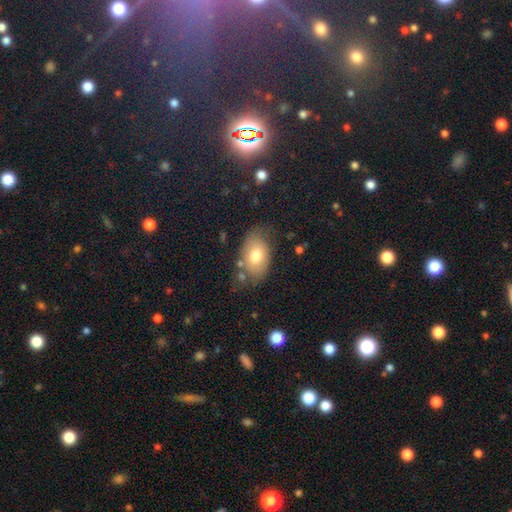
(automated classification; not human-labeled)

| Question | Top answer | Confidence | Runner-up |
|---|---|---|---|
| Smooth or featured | smooth | 72% | featured or disk (21%) |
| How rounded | in between | 87% | round (11%) |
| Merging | none | 63% | minor disturbance (24%) |